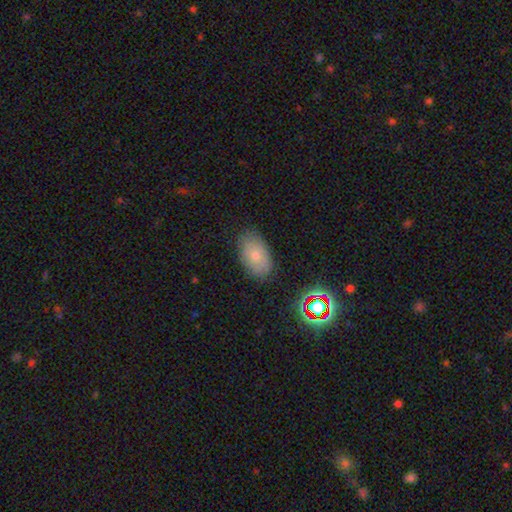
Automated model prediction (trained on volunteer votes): smooth 69%, featured or disk 19%, star or artifact 11%. Down the decision tree: how rounded — in between (90%); merging — none (82%).